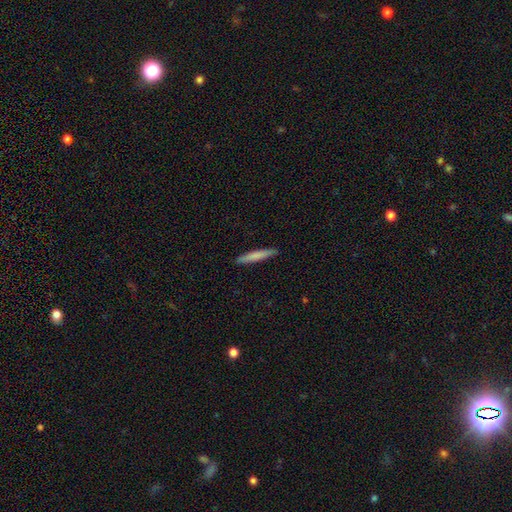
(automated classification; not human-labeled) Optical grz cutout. It shows a smooth galaxy with no disk features (76%) that is cigar-shaped (95%). Merging: none (90%).